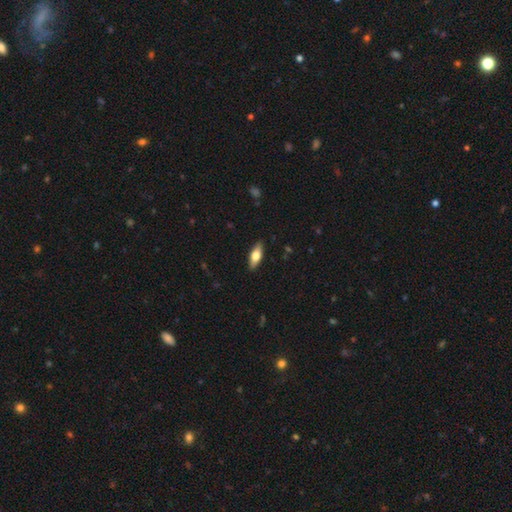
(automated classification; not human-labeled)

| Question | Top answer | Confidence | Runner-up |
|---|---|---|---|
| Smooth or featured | smooth | 60% | featured or disk (34%) |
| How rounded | in between | 67% | cigar-shaped (31%) |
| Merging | none | 88% | minor disturbance (9%) |